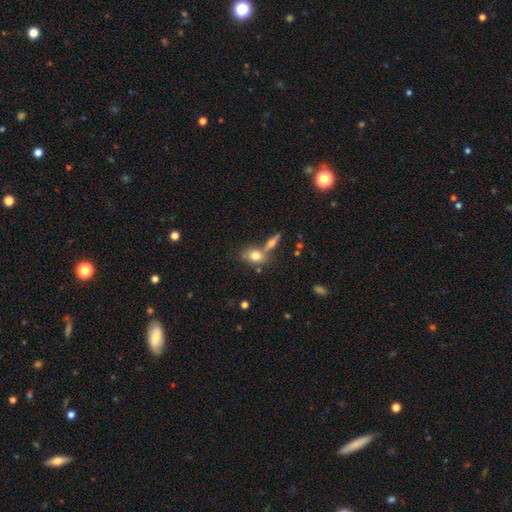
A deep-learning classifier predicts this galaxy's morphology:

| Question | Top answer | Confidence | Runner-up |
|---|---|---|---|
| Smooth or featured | smooth | 75% | featured or disk (16%) |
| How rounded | in between | 67% | round (28%) |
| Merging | none | 46% | merger (36%) |